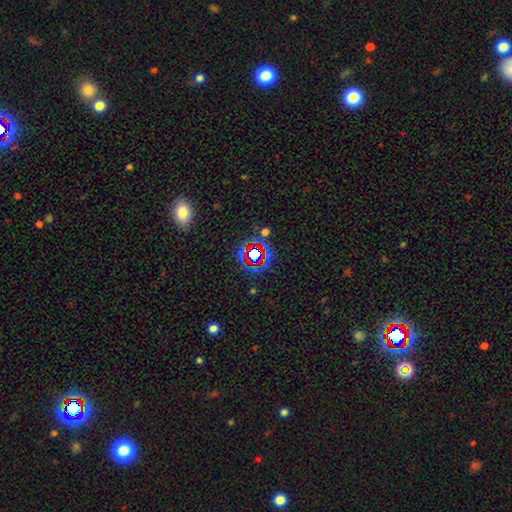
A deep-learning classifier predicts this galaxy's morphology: smooth_or_featured: star or artifact (p=0.69) [alt: smooth p=0.19]